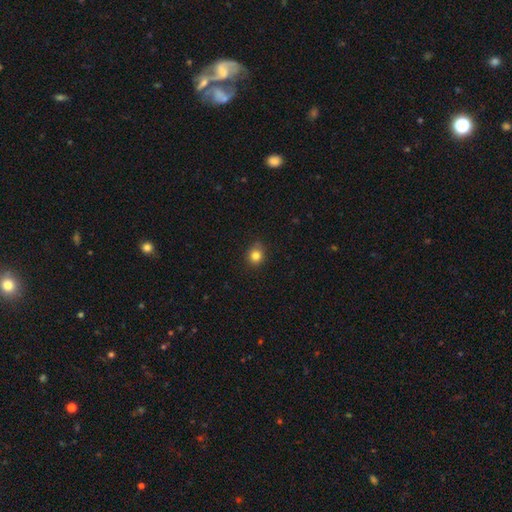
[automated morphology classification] Q: Smooth or featured?
A: smooth (82%); runner-up: star or artifact (12%)
Q: How rounded?
A: round (79%); runner-up: in between (20%)
Q: Merging?
A: none (80%); runner-up: minor disturbance (16%)